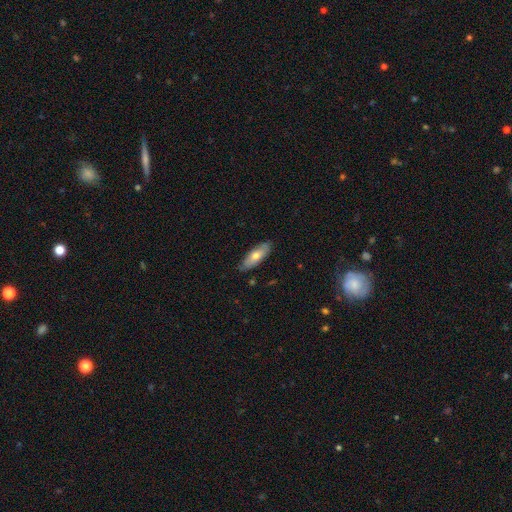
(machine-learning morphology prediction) A smooth galaxy with no disk features (64%) that is in between round and cigar-shaped (67%).

Vote fractions:
- Smooth or featured? smooth: 64% / featured or disk: 30% / star or artifact: 6%
- How rounded? in between: 67% / cigar-shaped: 30% / round: 2%
- Merging? none: 82% / minor disturbance: 15% / major disturbance: 2% / merger: 1%